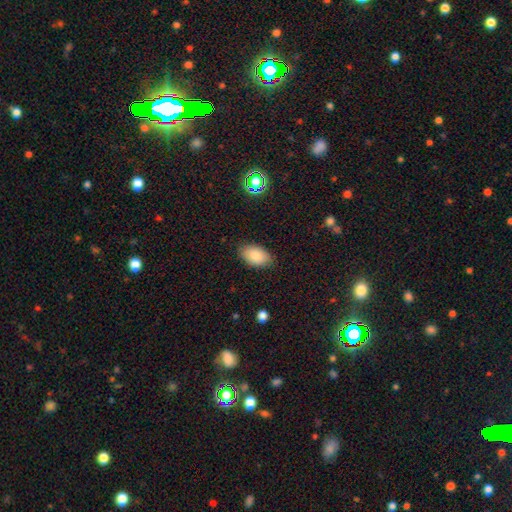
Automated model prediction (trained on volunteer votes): Smooth or featured? smooth (86%)
How rounded? in between (92%)
Merging? none (84%)